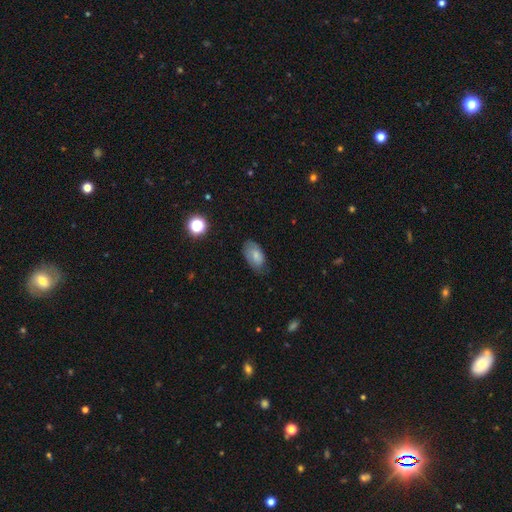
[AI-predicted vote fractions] Morphology: type=smooth (75%); roundness=in between (93%); merging=none (65%).